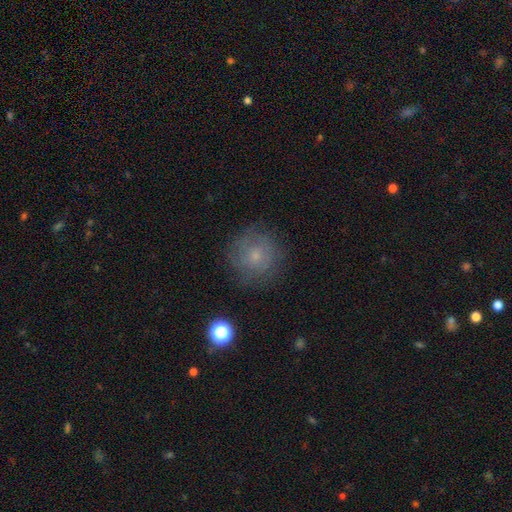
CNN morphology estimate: This appears to be a smooth galaxy with no disk features (60%) that is round (94%). Merging: none (79%).